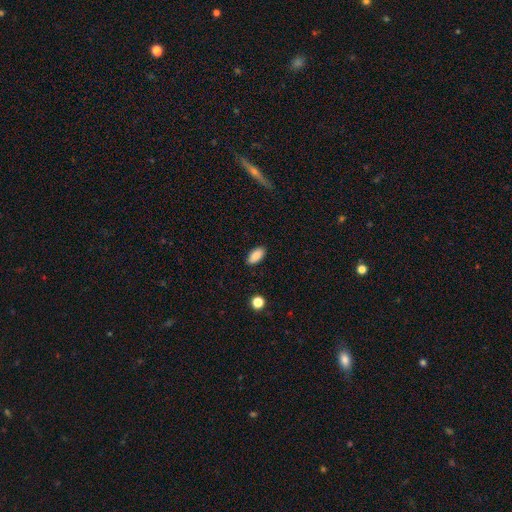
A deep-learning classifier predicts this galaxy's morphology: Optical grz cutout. It shows a smooth galaxy with no disk features (86%) that is in between round and cigar-shaped (92%). Merging: none (88%).